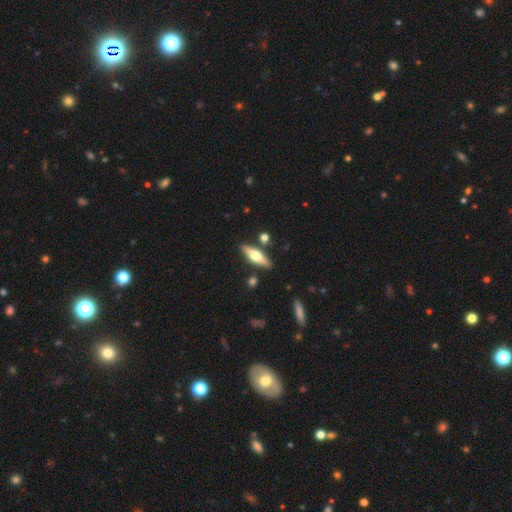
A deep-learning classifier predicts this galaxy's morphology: Smooth or featured: featured or disk — 52% (smooth — 42%)
Edge-on disk: yes — 91% (no — 9%)
Merging: none — 84% (minor disturbance — 9%)